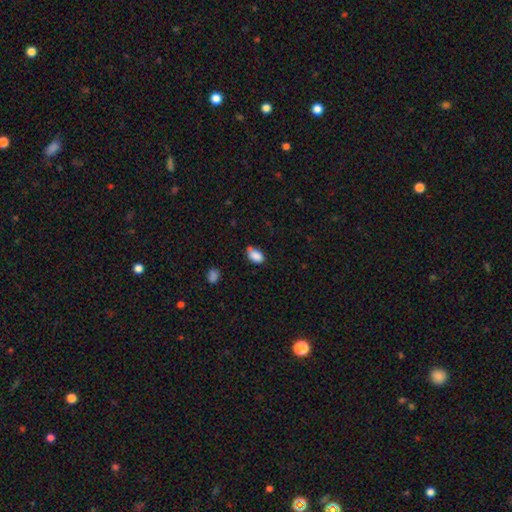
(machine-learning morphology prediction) type=smooth (86%); roundness=in between (90%); merging=none (54%).